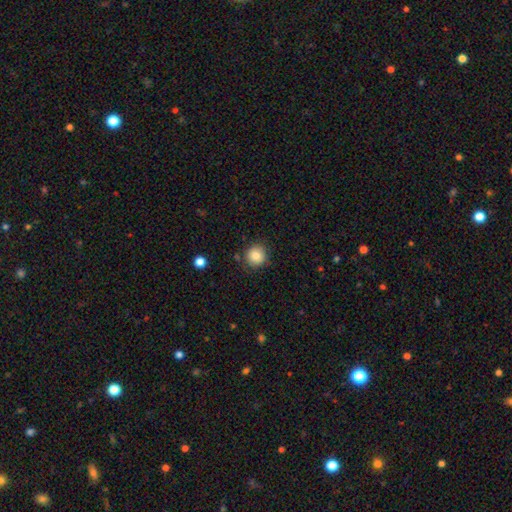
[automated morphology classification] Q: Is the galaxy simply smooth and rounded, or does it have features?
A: smooth — 84%.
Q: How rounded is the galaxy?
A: round — 92%.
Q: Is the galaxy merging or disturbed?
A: none — 85%.